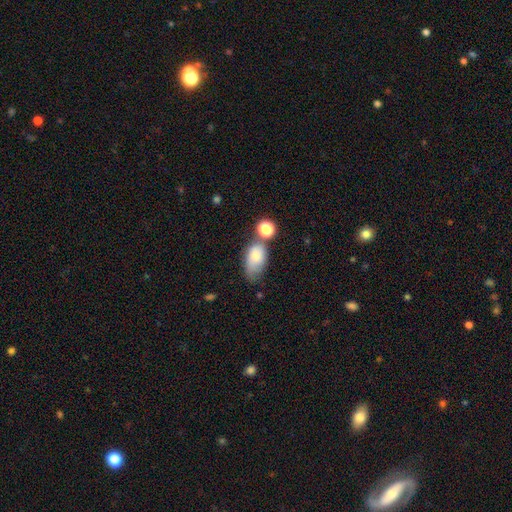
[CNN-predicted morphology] smooth 73%, featured or disk 17%, star or artifact 10%. Down the decision tree: how rounded — in between (87%); merging — none (41%).